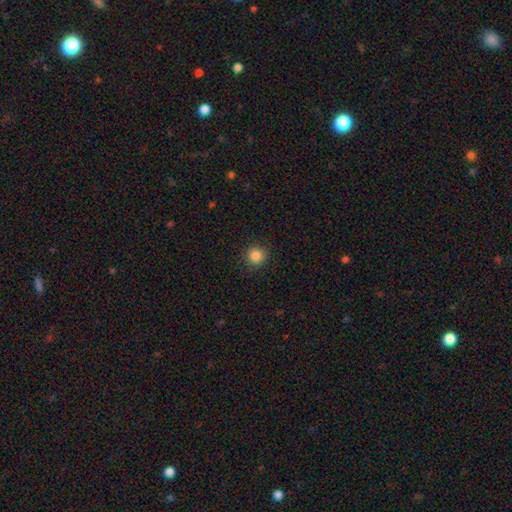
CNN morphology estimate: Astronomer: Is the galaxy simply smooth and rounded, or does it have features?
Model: smooth — 85%.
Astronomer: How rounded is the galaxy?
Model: round — 94%.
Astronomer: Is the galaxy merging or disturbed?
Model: none — 92%.